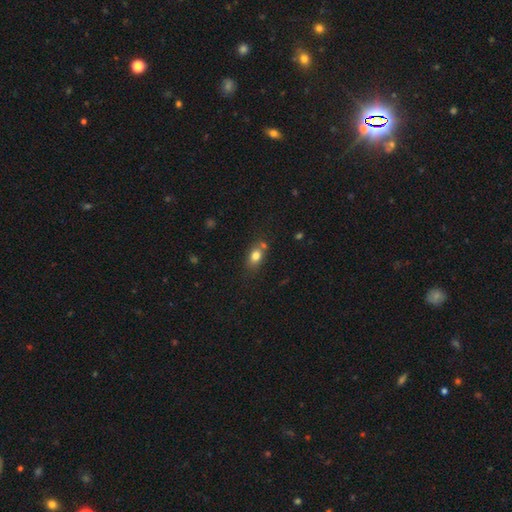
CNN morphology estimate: This is likely a smooth galaxy (78%). How rounded: likely in between (70%). Merging: likely none (62%).